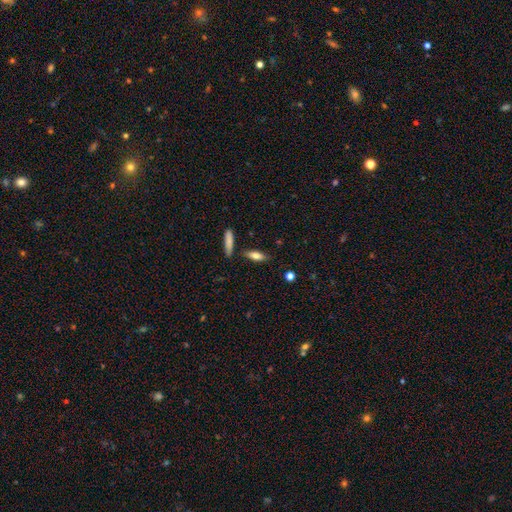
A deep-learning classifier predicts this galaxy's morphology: Overall: smooth (73%). How rounded: in between (52%; cigar-shaped 45%). Merging: none (79%).